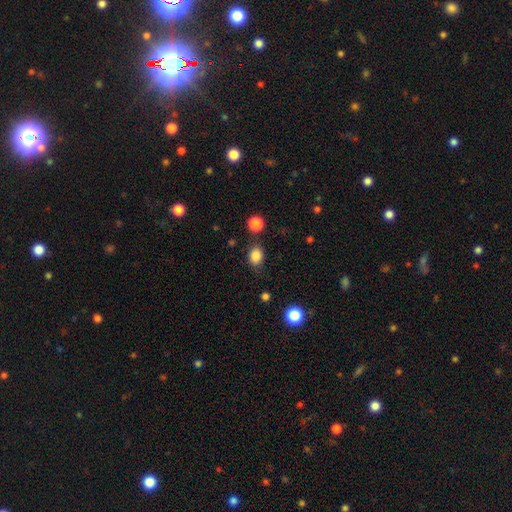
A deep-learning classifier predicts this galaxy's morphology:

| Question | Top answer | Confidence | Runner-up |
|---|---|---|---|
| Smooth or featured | smooth | 85% | star or artifact (10%) |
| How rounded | in between | 51% | round (48%) |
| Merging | none | 76% | minor disturbance (15%) |